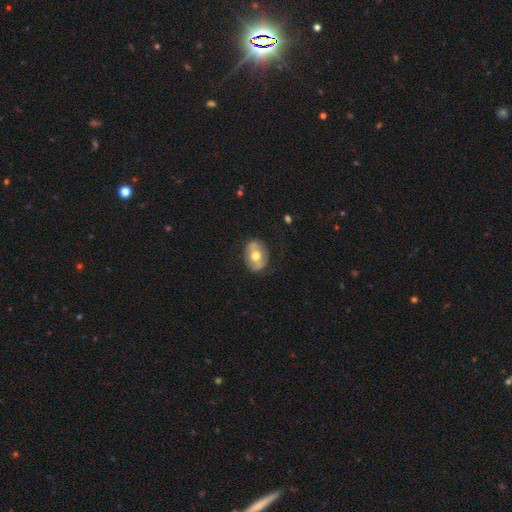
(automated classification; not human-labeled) The model was most divided on "smooth or featured": smooth: 47%, featured or disk: 46%, star or artifact: 7%. More confident: merging — none (79%).